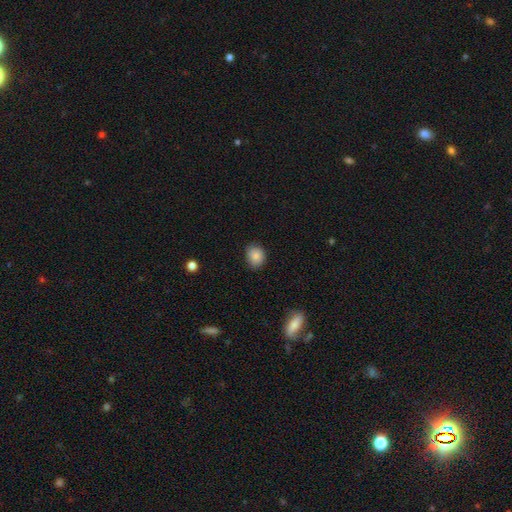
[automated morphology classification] Smooth or featured? Predicted: smooth (p=0.83). How rounded? Predicted: round (p=0.56). Merging? Predicted: none (p=0.80).